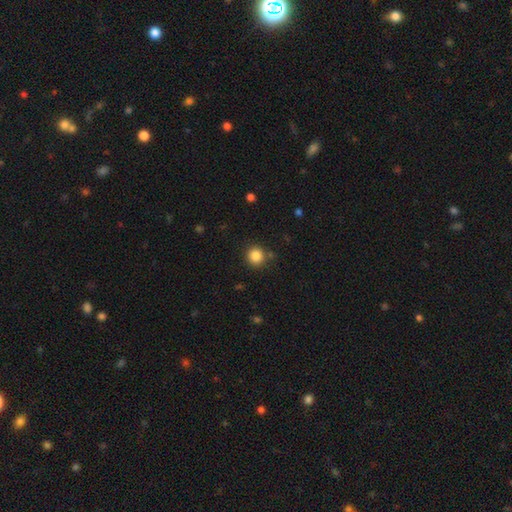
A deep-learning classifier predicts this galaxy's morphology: Overall: smooth (85%). How rounded: round (91%). Merging: none (86%).